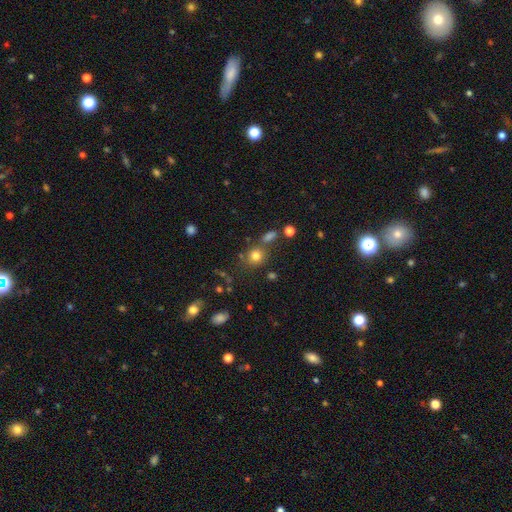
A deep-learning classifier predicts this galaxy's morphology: This appears to be a smooth galaxy with no disk features (78%) that is round (83%). Merging: none (72%).